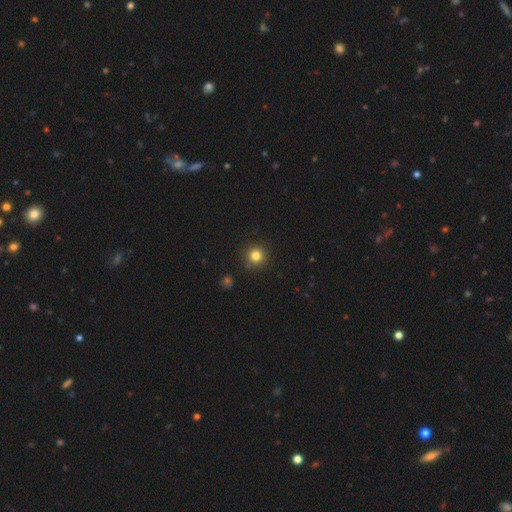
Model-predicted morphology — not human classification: smooth 81%, star or artifact 13%, featured or disk 5%. Down the decision tree: how rounded — round (95%); merging — none (89%).